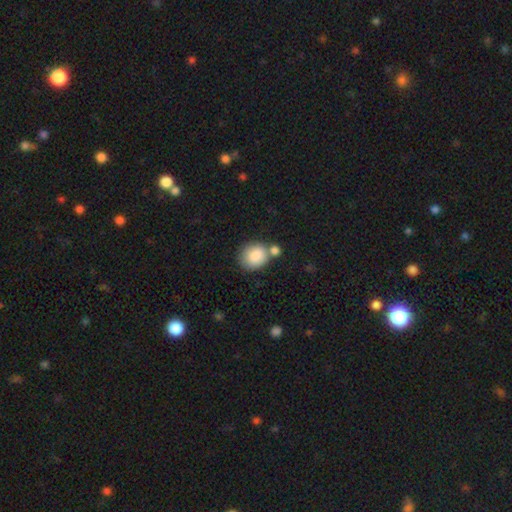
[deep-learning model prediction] A smooth galaxy with no disk features (86%) that is round (71%). Merging: none (53%).